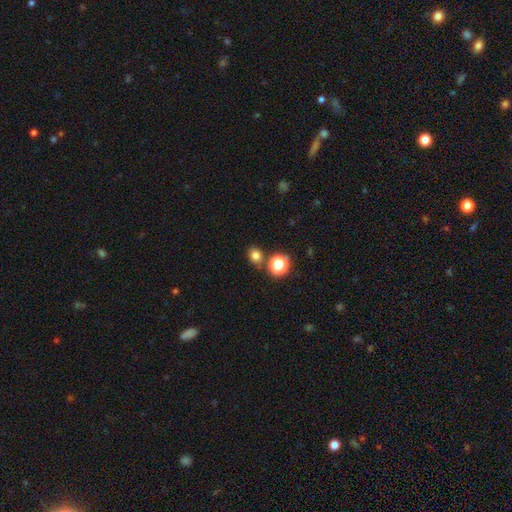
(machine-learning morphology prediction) Q: Smooth or featured?
A: smooth (75%); runner-up: star or artifact (19%)
Q: How rounded?
A: round (75%); runner-up: in between (24%)
Q: Merging?
A: none (77%); runner-up: merger (11%)